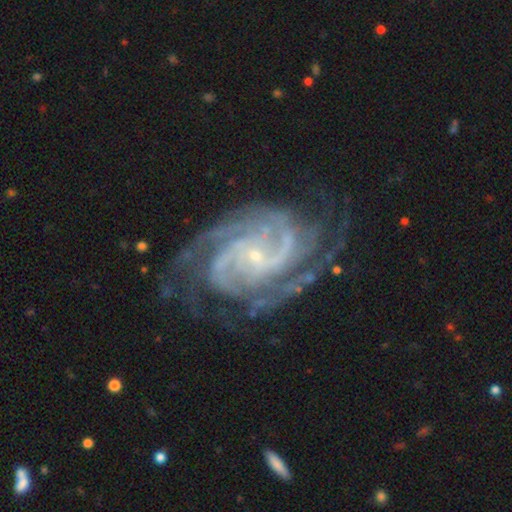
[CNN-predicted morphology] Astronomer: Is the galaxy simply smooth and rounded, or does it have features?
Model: featured or disk — 92%.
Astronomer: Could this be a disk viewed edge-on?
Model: no — 98%.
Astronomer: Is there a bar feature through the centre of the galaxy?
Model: no — 60%.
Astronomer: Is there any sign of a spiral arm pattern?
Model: yes — 98%.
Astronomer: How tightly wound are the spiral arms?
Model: tight — 61%.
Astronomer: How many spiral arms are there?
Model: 2 — 28% (runner-up: 3, 24%).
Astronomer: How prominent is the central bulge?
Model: small — 87%.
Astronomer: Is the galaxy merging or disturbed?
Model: none — 71%.